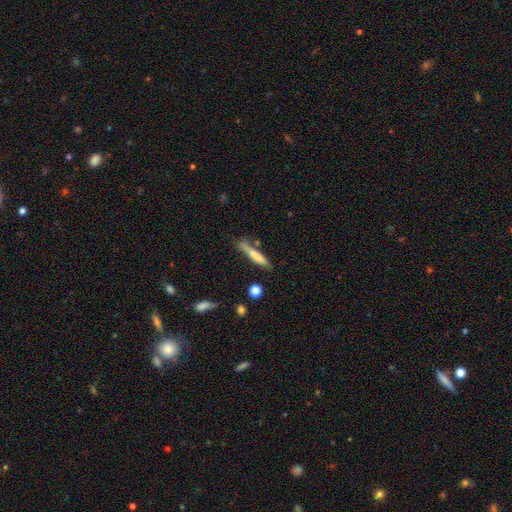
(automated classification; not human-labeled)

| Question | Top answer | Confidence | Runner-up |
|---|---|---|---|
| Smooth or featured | smooth | 70% | featured or disk (24%) |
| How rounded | cigar-shaped | 91% | in between (7%) |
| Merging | none | 67% | minor disturbance (20%) |